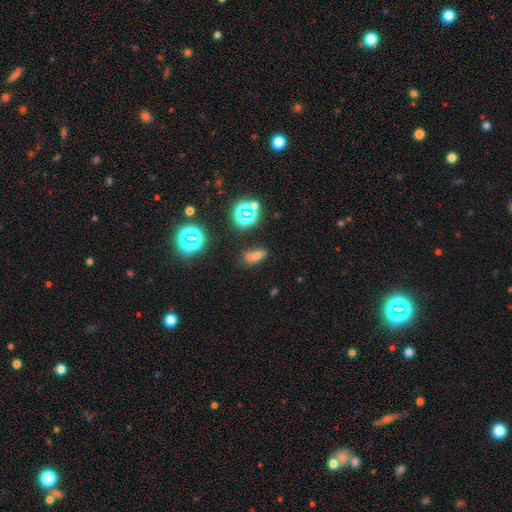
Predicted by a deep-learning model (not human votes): smooth_or_featured: smooth (p=0.53) [alt: star or artifact p=0.31]
how_rounded: in between (p=0.71) [alt: round p=0.21]
merging: none (p=0.46) [alt: merger p=0.33]